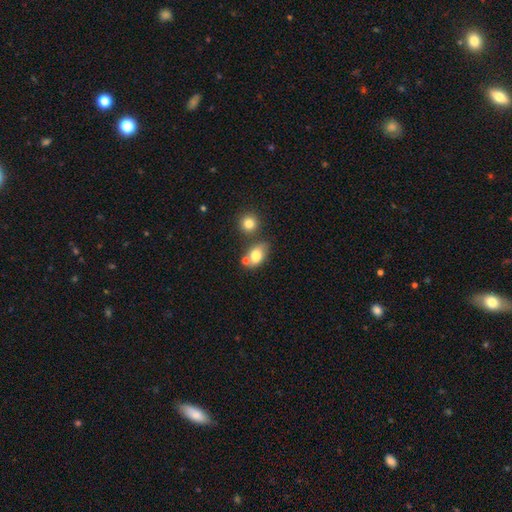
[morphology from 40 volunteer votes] Smooth or featured?
  - smooth: 65% *
  - featured or disk: 28%
  - star or artifact: 8%
How rounded?
  - in between: 73% *
  - round: 27%
  - cigar-shaped: 0%
Merging?
  - none: 51% *
  - minor disturbance: 22%
  - merger: 22%
  - major disturbance: 5%